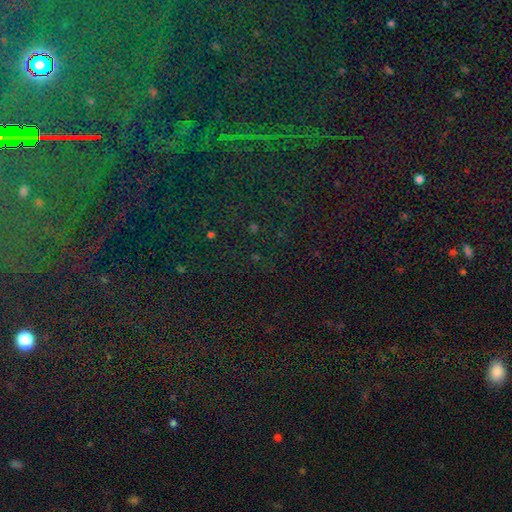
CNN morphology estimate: Smooth or featured? Predicted: star or artifact (p=0.84).